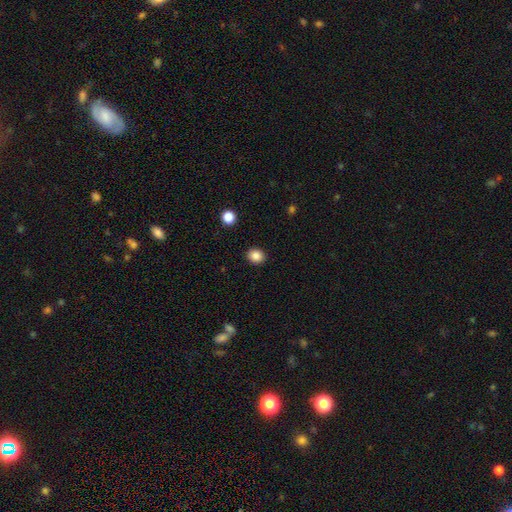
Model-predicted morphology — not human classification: smooth_or_featured: smooth (p=0.86) [alt: star or artifact p=0.10]
how_rounded: round (p=0.71) [alt: in between p=0.28]
merging: none (p=0.91) [alt: minor disturbance p=0.06]